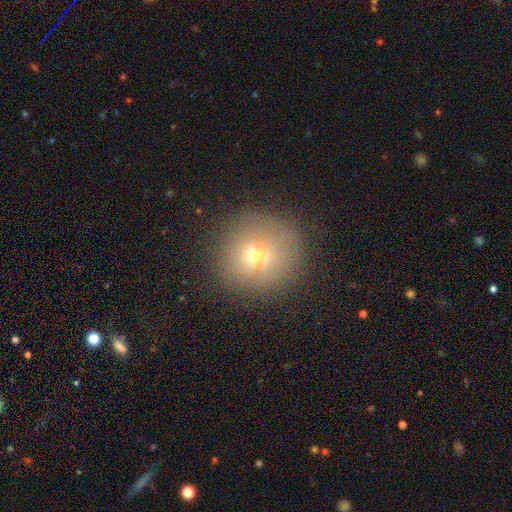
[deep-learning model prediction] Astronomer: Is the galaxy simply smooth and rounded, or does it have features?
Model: smooth — 60%.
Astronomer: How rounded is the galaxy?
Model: round — 93%.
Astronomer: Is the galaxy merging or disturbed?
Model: none — 78%.